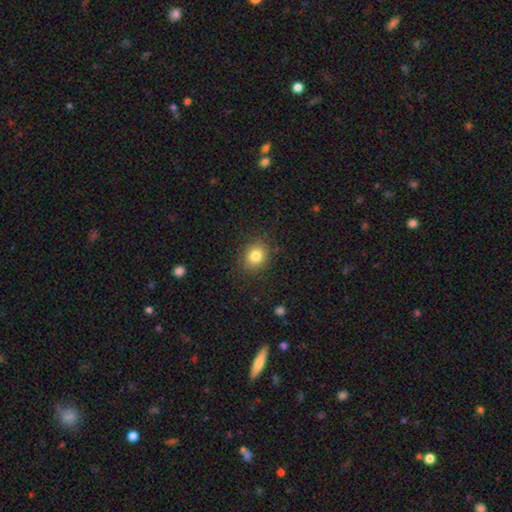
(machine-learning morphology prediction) smooth 82%, star or artifact 11%, featured or disk 7%. Down the decision tree: how rounded — round (64%); merging — none (86%).